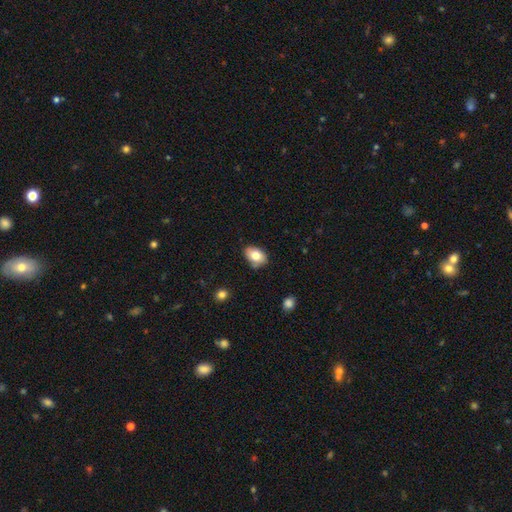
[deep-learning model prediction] smooth 78%, featured or disk 14%, star or artifact 8%. Down the decision tree: how rounded — in between (84%); merging — none (71%).